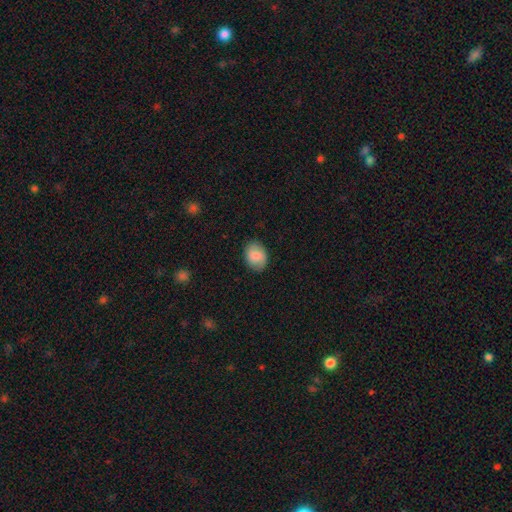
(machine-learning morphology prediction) smooth_or_featured: smooth (p=0.70) [alt: featured or disk p=0.22]
how_rounded: in between (p=0.63) [alt: round p=0.36]
merging: none (p=0.84) [alt: minor disturbance p=0.12]